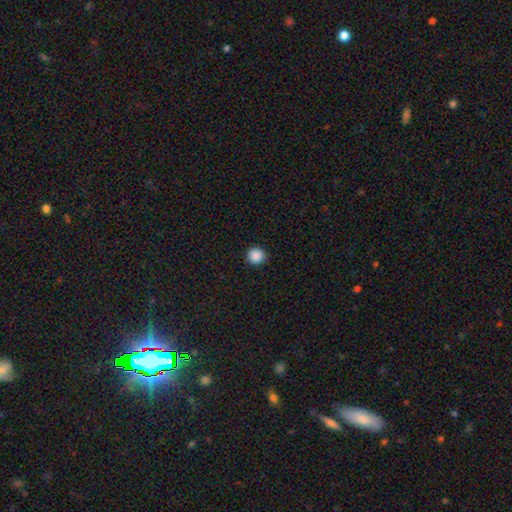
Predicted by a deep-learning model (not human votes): The model was most divided on "smooth or featured": smooth: 88%, star or artifact: 10%, featured or disk: 2%. More confident: how rounded — round (95%); merging — none (92%).